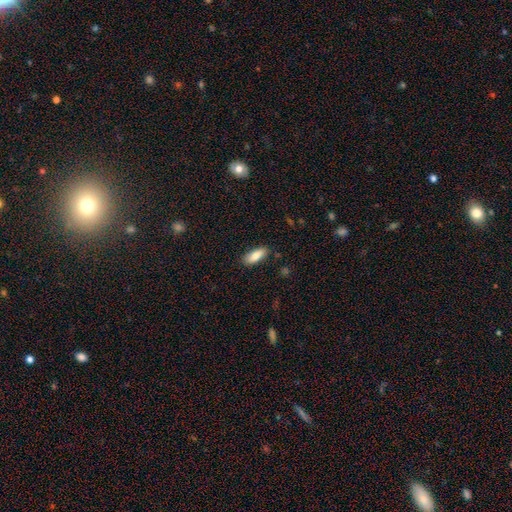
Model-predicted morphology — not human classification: Overall: smooth (84%). How rounded: in between (76%). Merging: none (86%).